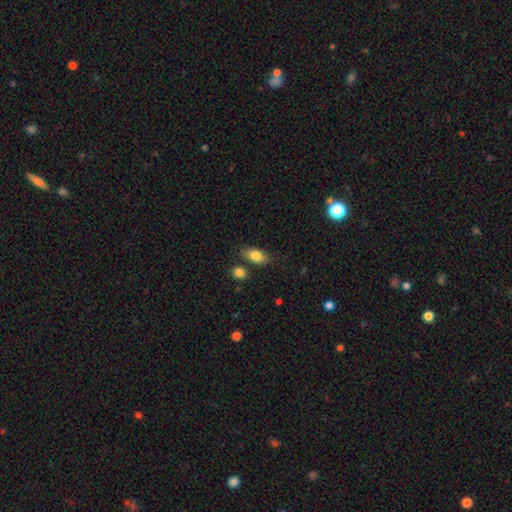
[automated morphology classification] This appears to be a smooth galaxy with no disk features (80%) that is in between round and cigar-shaped (85%). Merging: none (77%).